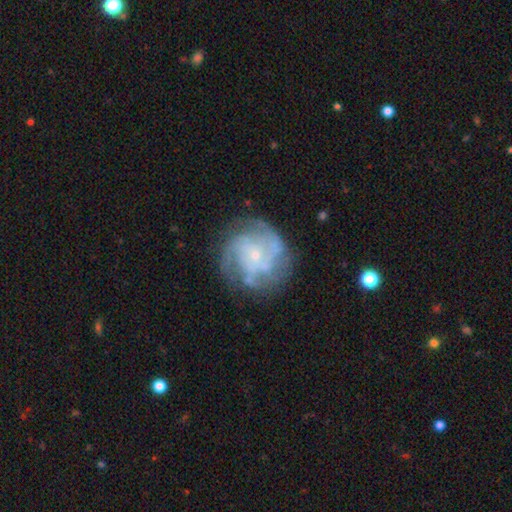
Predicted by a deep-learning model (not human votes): Smooth or featured: featured or disk — 78% (smooth — 14%)
Edge-on disk: no — 98% (yes — 2%)
Bar: no — 74% (weak — 22%)
Spiral arms: yes — 87% (no — 13%)
Spiral winding: tight — 50% (medium — 37%)
Spiral arm count: can't tell — 33% (3 — 24%)
Bulge size: small — 77% (moderate — 15%)
Merging: none — 67% (minor disturbance — 18%)